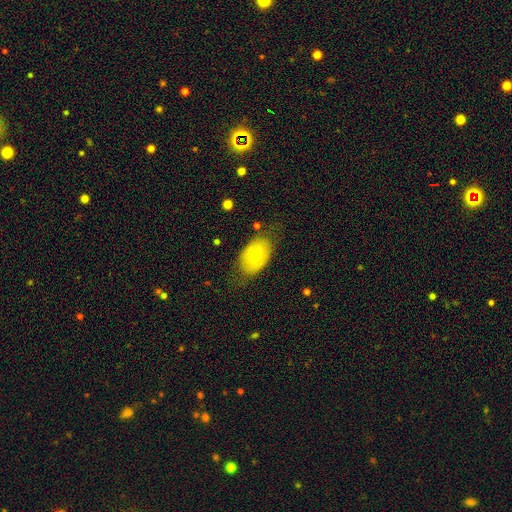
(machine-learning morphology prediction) This appears to be a smooth galaxy with no disk features (65%) that is in between round and cigar-shaped (88%). Merging: none (69%).